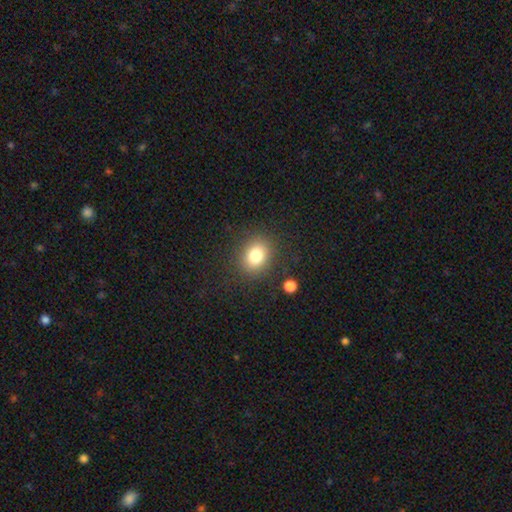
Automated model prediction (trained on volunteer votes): Smooth or featured: smooth — 81% (star or artifact — 12%)
How rounded: round — 58% (in between — 41%)
Merging: none — 85% (minor disturbance — 9%)